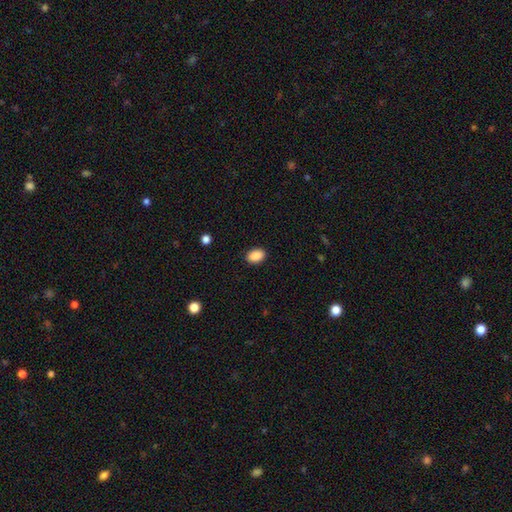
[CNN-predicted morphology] smooth 89%, star or artifact 8%, featured or disk 3%. Down the decision tree: how rounded — in between (87%); merging — none (89%).